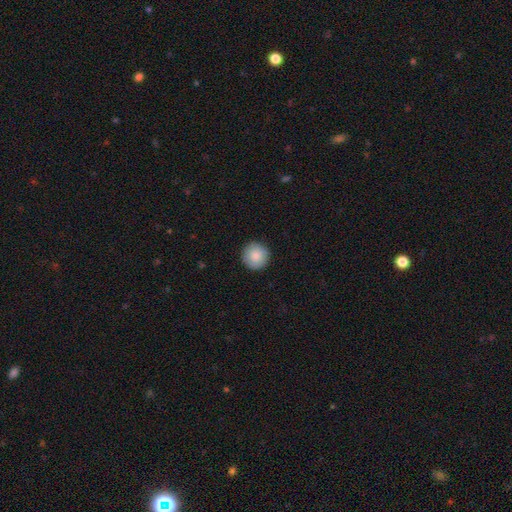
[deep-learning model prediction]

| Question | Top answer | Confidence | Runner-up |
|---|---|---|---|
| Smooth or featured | smooth | 87% | star or artifact (7%) |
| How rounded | round | 95% | in between (4%) |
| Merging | none | 91% | minor disturbance (6%) |